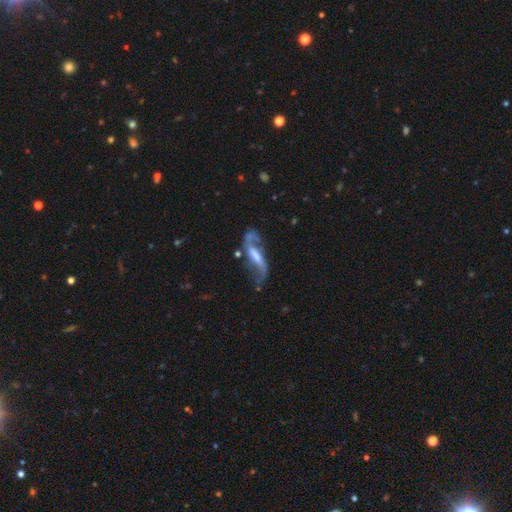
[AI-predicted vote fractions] featured or disk 84%, smooth 11%, star or artifact 6%. Down the decision tree: edge-on disk — no (88%); bar — strong (46%); spiral arms — yes (93%); spiral arm count — 2 (89%); spiral winding — loose (69%); bulge size — moderate (44%); merging — none (57%).